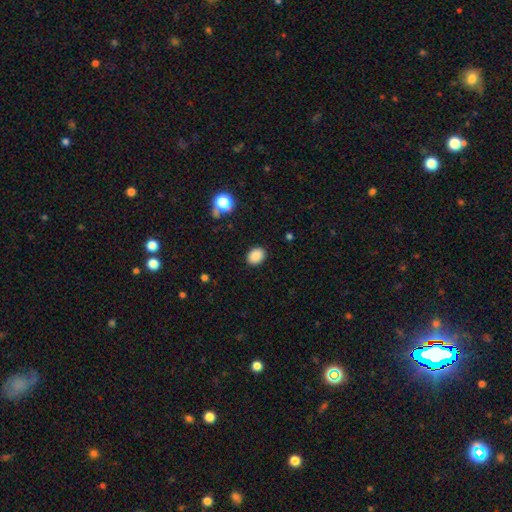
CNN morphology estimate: This appears to be a smooth galaxy with no disk features (88%) that is in between round and cigar-shaped (59%). Merging: none (89%).